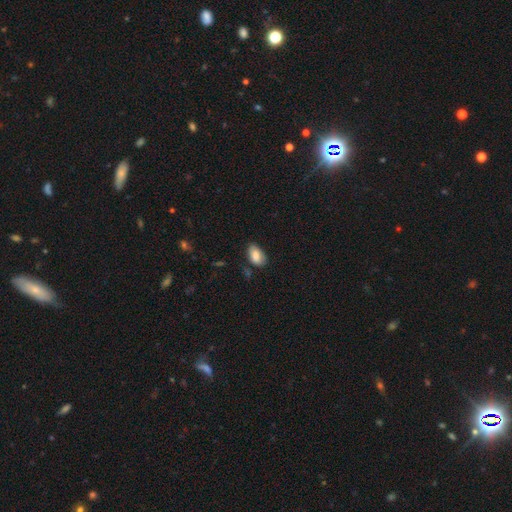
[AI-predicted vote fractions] Morphology: type=smooth (82%); roundness=in between (92%); merging=none (68%).